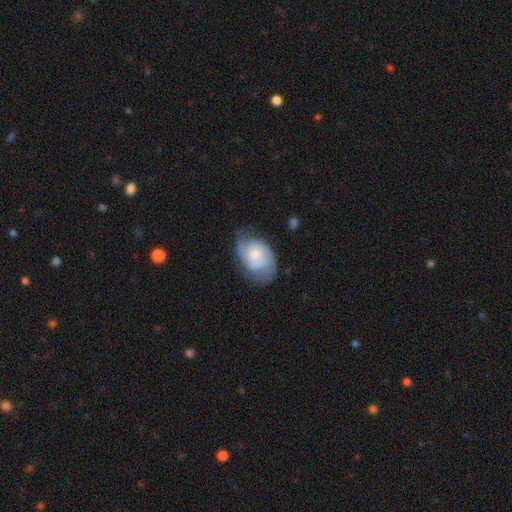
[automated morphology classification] Q: Smooth or featured?
A: featured or disk (67%); runner-up: smooth (27%)
Q: Edge-on disk?
A: no (97%); runner-up: yes (3%)
Q: Bar?
A: no (64%); runner-up: weak (32%)
Q: Spiral arms?
A: yes (90%); runner-up: no (10%)
Q: Spiral winding?
A: medium (43%); runner-up: tight (41%)
Q: Spiral arm count?
A: 2 (61%); runner-up: can't tell (21%)
Q: Bulge size?
A: small (42%); runner-up: moderate (40%)
Q: Merging?
A: none (59%); runner-up: minor disturbance (27%)